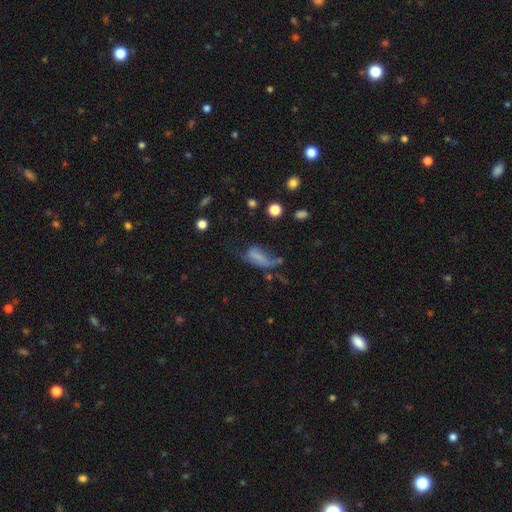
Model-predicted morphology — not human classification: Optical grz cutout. It shows a smooth galaxy with no disk features (51%) that is in between round and cigar-shaped (70%). Merging: major disturbance (40%).